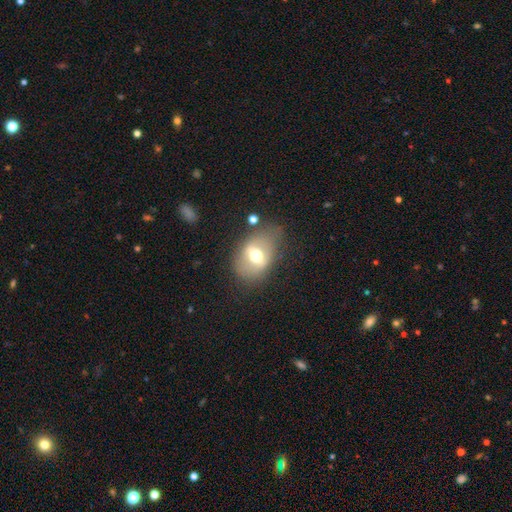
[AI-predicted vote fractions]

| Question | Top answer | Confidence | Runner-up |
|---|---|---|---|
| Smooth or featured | smooth | 46% | featured or disk (45%) |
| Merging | none | 67% | minor disturbance (20%) |